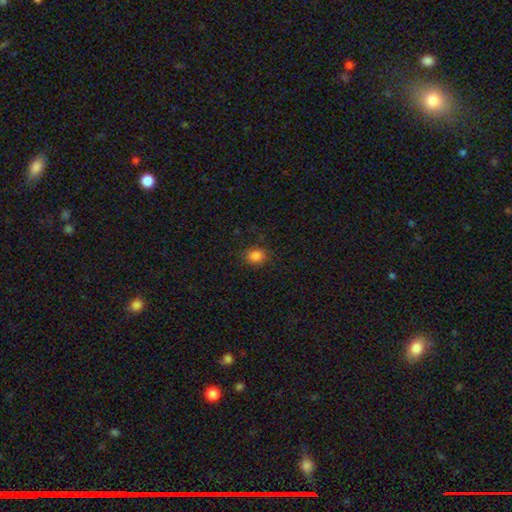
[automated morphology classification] A smooth galaxy with no disk features (85%) that is round (65%).

Vote fractions:
- Smooth or featured? smooth: 85% / star or artifact: 12% / featured or disk: 4%
- How rounded? round: 65% / in between: 34% / cigar-shaped: 1%
- Merging? none: 86% / minor disturbance: 10% / major disturbance: 3% / merger: 1%